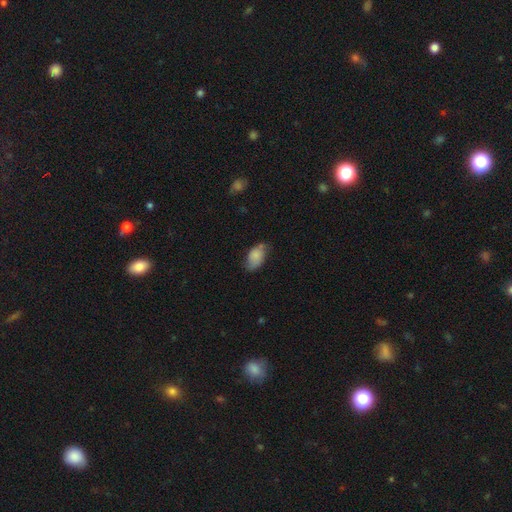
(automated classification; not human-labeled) smooth 79%, featured or disk 13%, star or artifact 8%. Down the decision tree: how rounded — in between (93%); merging — none (56%).